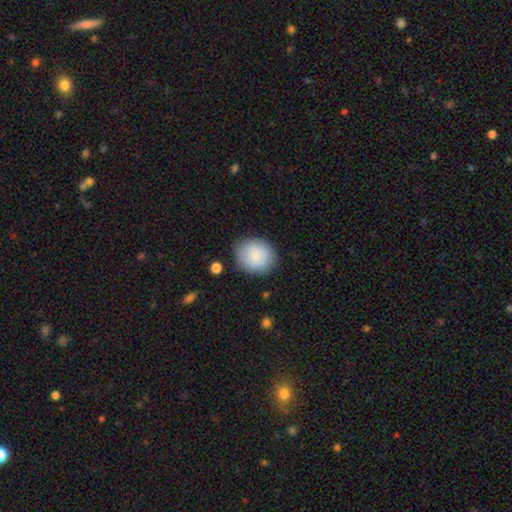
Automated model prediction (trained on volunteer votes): smooth 86%, featured or disk 7%, star or artifact 6%. Down the decision tree: how rounded — round (72%); merging — none (81%).